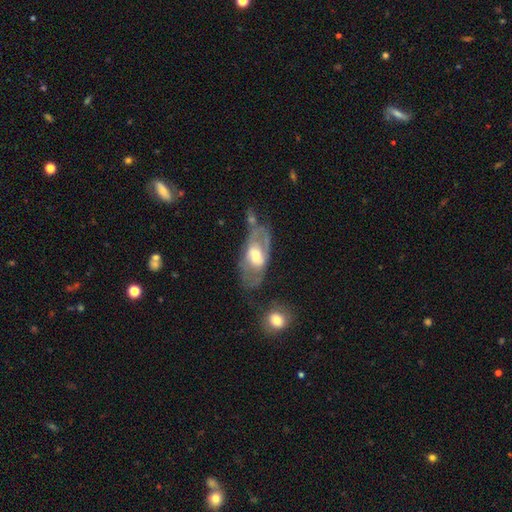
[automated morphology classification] Smooth or featured? featured or disk (65%)
Edge-on disk? no (88%)
Bar? weak (41%)
Spiral arms? yes (54%)
Bulge size? moderate (62%)
Merging? none (47%)